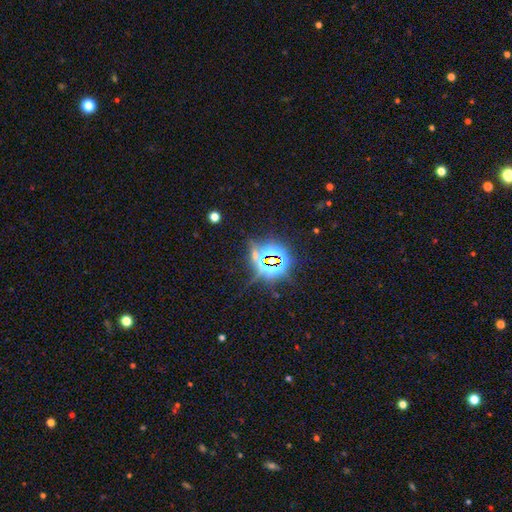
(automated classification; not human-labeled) A star or artifact, not a galaxy (80%).